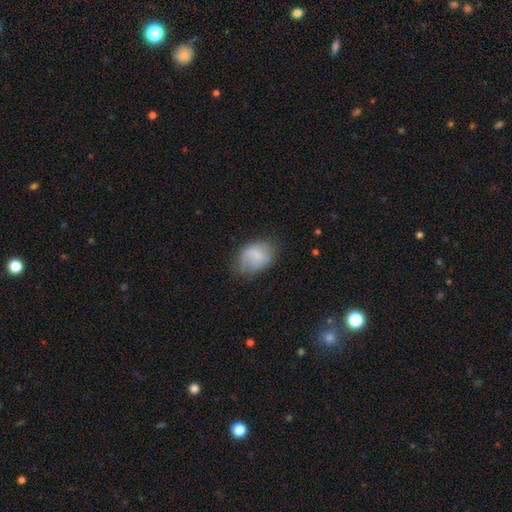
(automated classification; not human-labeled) A smooth galaxy with no disk features (71%) that is in between round and cigar-shaped (79%). Merging: none (53%).